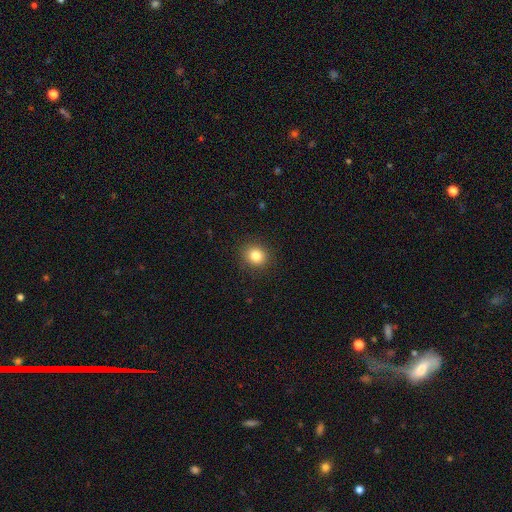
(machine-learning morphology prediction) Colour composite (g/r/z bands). It shows a smooth galaxy with no disk features (82%) that is round (82%). Merging: none (90%).